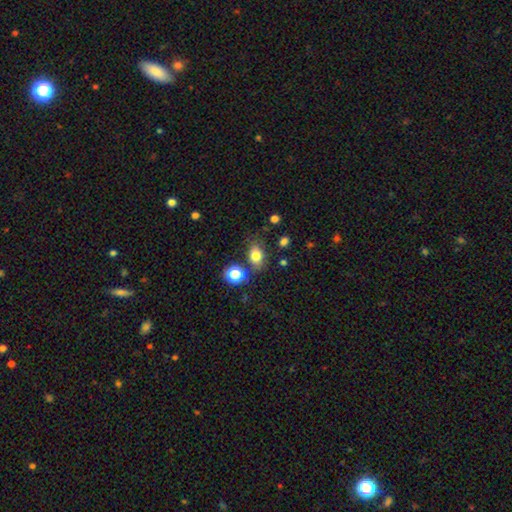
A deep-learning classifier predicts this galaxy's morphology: smooth 79%, star or artifact 11%, featured or disk 9%. Down the decision tree: how rounded — in between (73%); merging — none (74%).